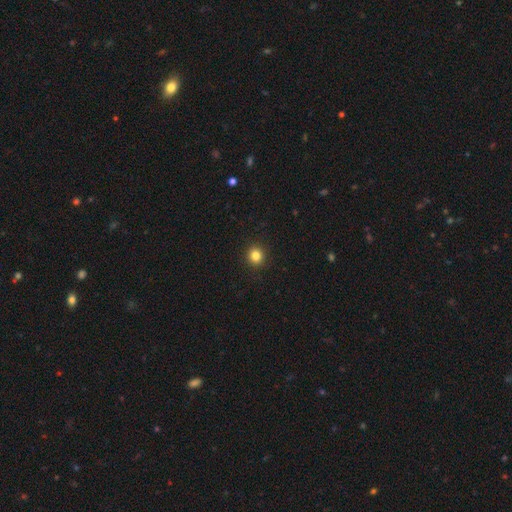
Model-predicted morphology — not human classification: Smooth or featured? smooth (83%)
How rounded? round (90%)
Merging? none (92%)